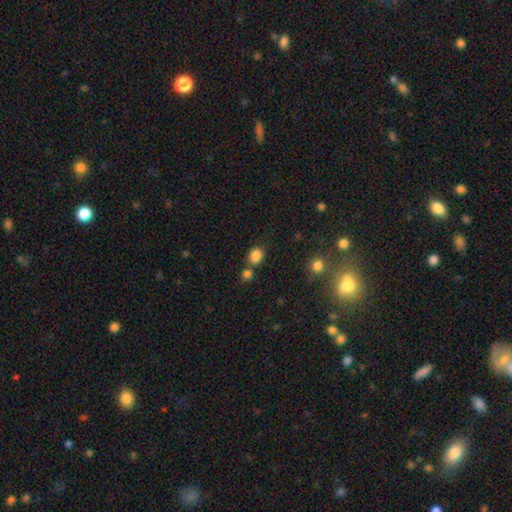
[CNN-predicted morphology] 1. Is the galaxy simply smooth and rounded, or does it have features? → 84% smooth, 11% star or artifact, 4% featured or disk.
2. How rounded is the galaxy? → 56% round, 43% in between, 1% cigar-shaped.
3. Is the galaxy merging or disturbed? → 63% none, 22% merger, 11% minor disturbance, 4% major disturbance.